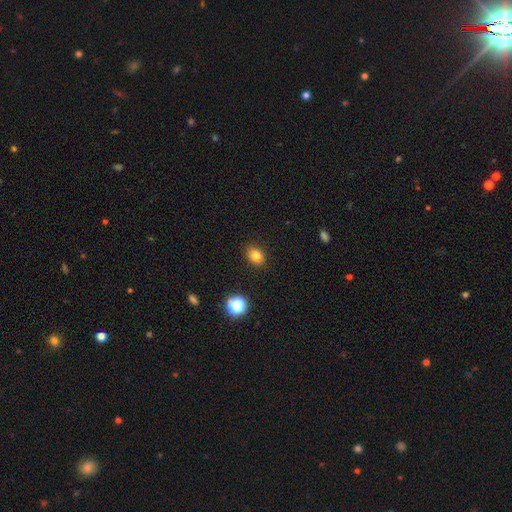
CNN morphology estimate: smooth 79%, star or artifact 13%, featured or disk 7%. Down the decision tree: how rounded — in between (52%); merging — none (89%).